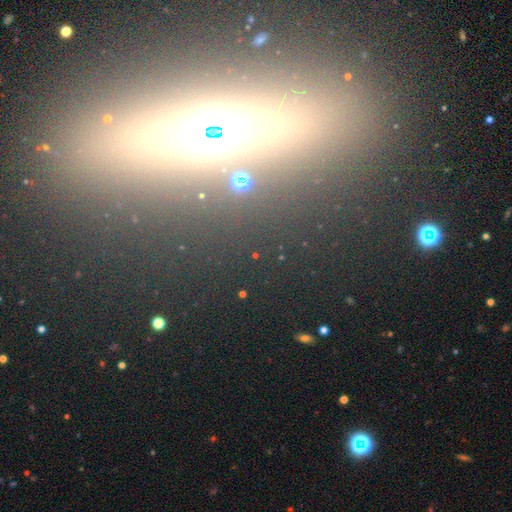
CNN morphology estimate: smooth-or-featured: star or artifact: 68% | smooth: 22% | featured or disk: 10%